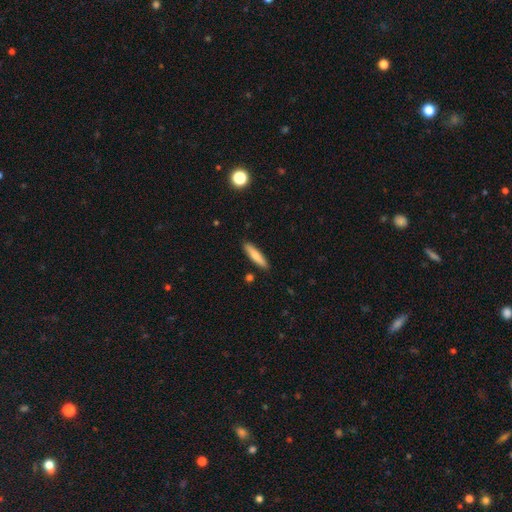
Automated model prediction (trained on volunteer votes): Smooth or featured? Predicted: smooth (p=0.76). How rounded? Predicted: cigar-shaped (p=0.84). Merging? Predicted: none (p=0.88).